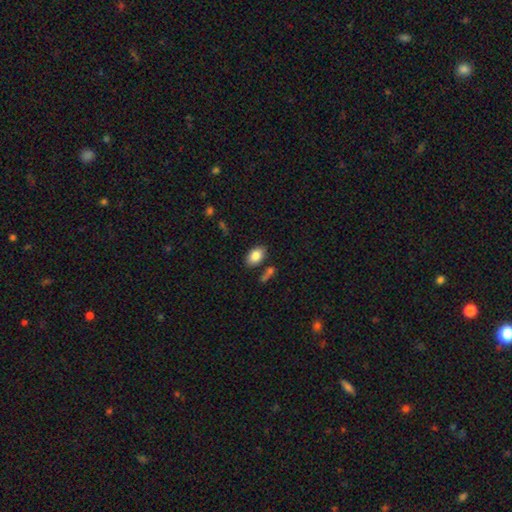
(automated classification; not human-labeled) A smooth galaxy with no disk features (84%) that is in between round and cigar-shaped (90%). Merging: none (79%).